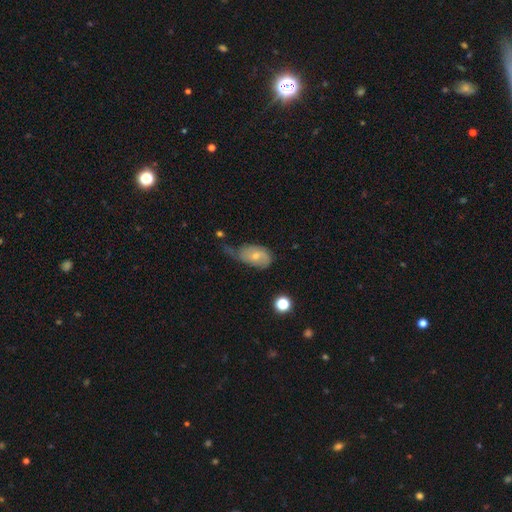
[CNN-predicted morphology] Smooth or featured? smooth (49%)
Merging? minor disturbance (39%)